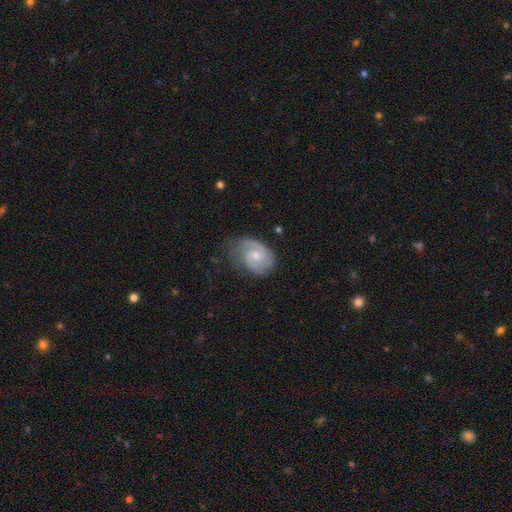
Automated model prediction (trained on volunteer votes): featured or disk 80%, smooth 15%, star or artifact 5%. Down the decision tree: edge-on disk — no (97%); bar — no (60%); spiral arms — yes (96%); spiral arm count — 2 (63%); spiral winding — tight (51%); bulge size — moderate (53%); merging — none (66%).